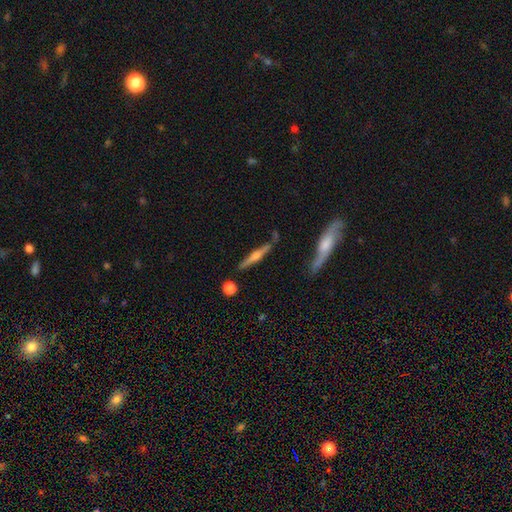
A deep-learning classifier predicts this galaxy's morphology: A featured or disk galaxy (68%) viewed edge-on (95%) with a rounded central bulge (78%).

Vote fractions:
- Smooth or featured? featured or disk: 68% / smooth: 26% / star or artifact: 6%
- Edge-on disk? yes: 95% / no: 5%
- Edge-on bulge? rounded: 78% / boxy: 12% / none: 10%
- Merging? none: 78% / minor disturbance: 14% / merger: 5% / major disturbance: 4%